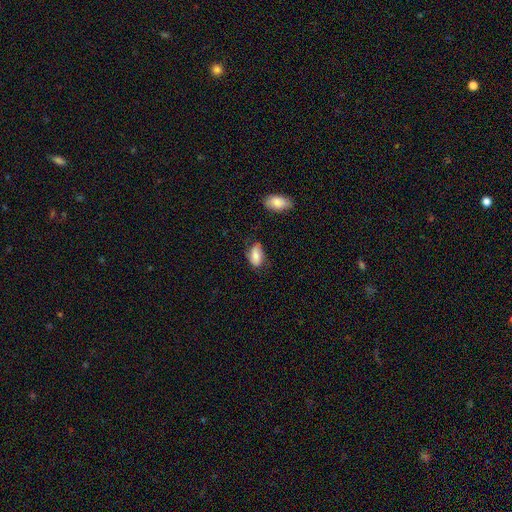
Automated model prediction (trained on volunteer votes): Smooth or featured: smooth — 75% (featured or disk — 18%)
How rounded: in between — 92% (round — 5%)
Merging: none — 57% (minor disturbance — 31%)